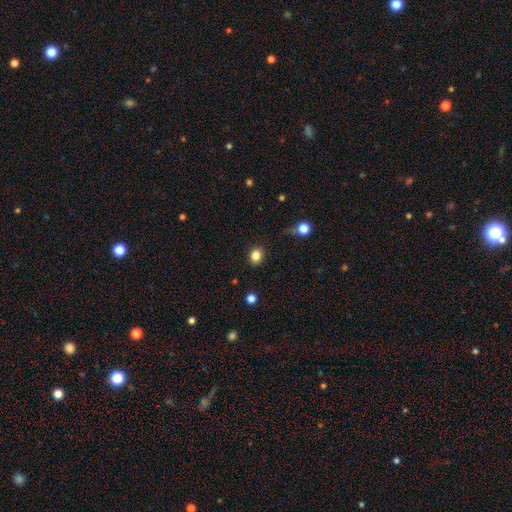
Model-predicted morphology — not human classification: Smooth or featured? smooth (83%)
How rounded? round (67%)
Merging? none (87%)